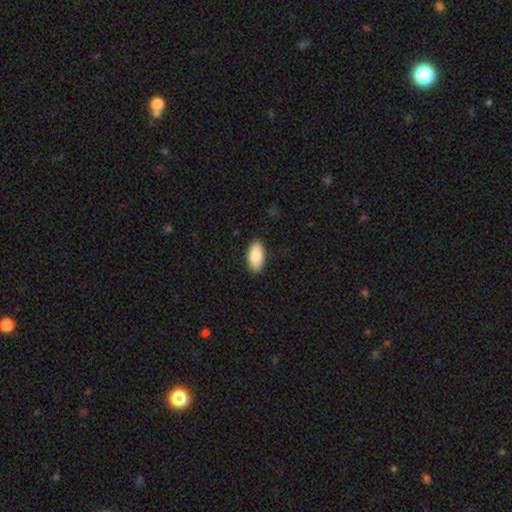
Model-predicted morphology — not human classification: smooth_or_featured: smooth (p=0.86) [alt: featured or disk p=0.09]
how_rounded: in between (p=0.94) [alt: cigar-shaped p=0.04]
merging: none (p=0.88) [alt: minor disturbance p=0.09]